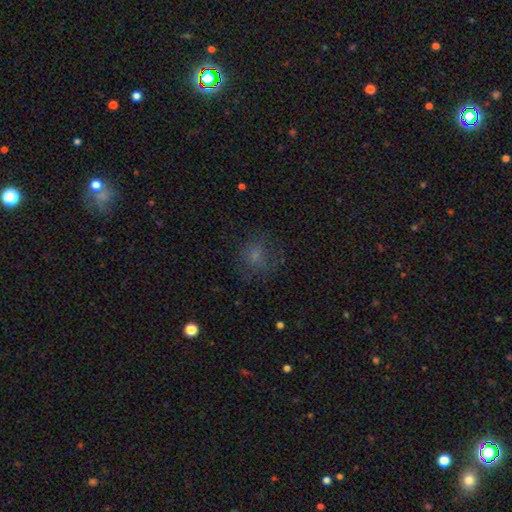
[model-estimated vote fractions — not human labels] Q: Smooth or featured?
A: smooth (64%); runner-up: star or artifact (19%)
Q: How rounded?
A: round (75%); runner-up: in between (24%)
Q: Merging?
A: none (66%); runner-up: minor disturbance (18%)